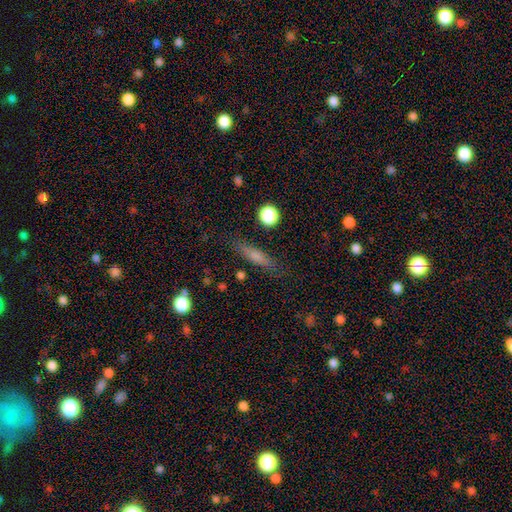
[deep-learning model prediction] A smooth galaxy with no disk features (58%) that is cigar-shaped (82%).

Vote fractions:
- Smooth or featured? smooth: 58% / featured or disk: 31% / star or artifact: 10%
- How rounded? cigar-shaped: 82% / in between: 15% / round: 4%
- Merging? none: 84% / minor disturbance: 11% / major disturbance: 3% / merger: 2%